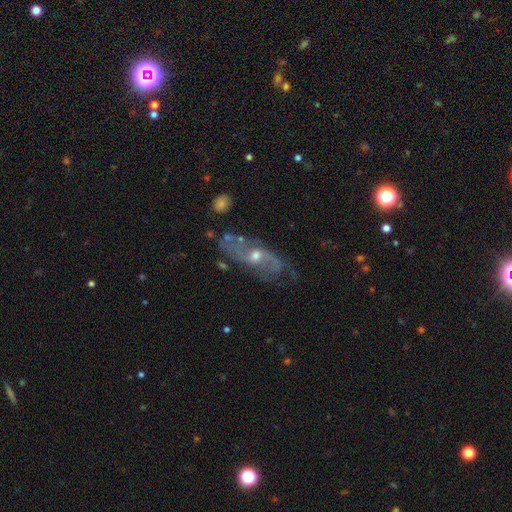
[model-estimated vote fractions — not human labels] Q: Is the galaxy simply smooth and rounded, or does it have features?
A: featured or disk — 71%.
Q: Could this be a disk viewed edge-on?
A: no — 81%.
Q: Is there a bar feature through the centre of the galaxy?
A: no — 63%.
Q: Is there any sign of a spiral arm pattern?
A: yes — 80%.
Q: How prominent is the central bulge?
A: moderate — 54%.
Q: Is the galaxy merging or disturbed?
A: none — 75%.